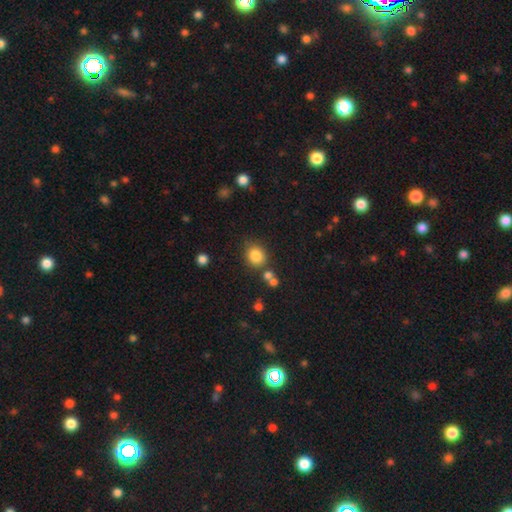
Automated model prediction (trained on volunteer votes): Overall: smooth (84%). How rounded: round (77%). Merging: none (74%).